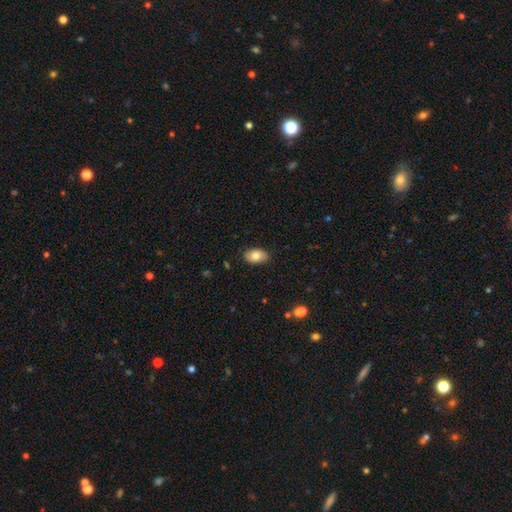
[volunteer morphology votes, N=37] Smooth or featured?
  - smooth: 73% *
  - featured or disk: 22%
  - star or artifact: 5%
How rounded?
  - in between: 85% *
  - round: 15%
  - cigar-shaped: 0%
Merging?
  - none: 91% *
  - minor disturbance: 6%
  - major disturbance: 3%
  - merger: 0%